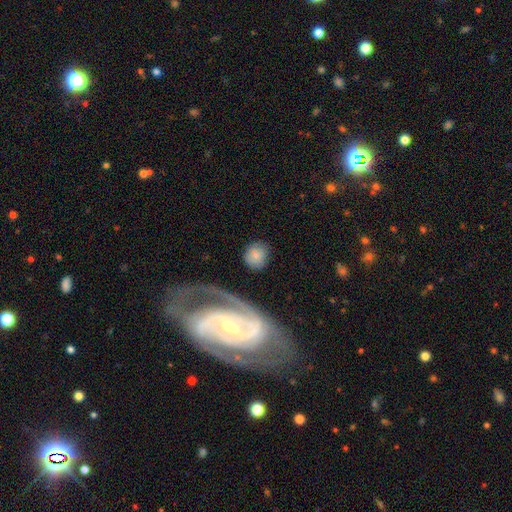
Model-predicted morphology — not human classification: Smooth or featured? Predicted: smooth (p=0.70). How rounded? Predicted: round (p=0.80). Merging? Predicted: none (p=0.76).